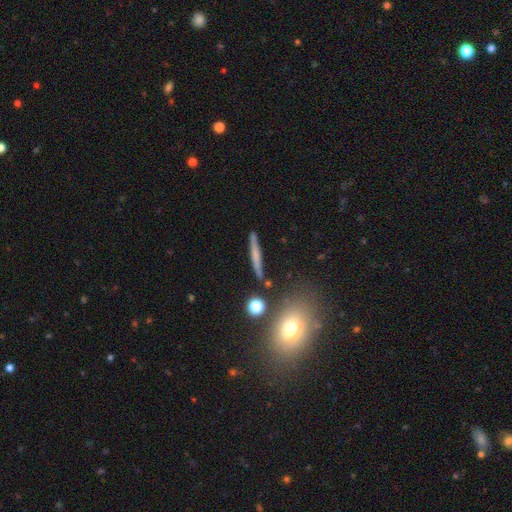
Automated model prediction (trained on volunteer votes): This is possibly a smooth galaxy (49%). Merging: clearly none (84%).